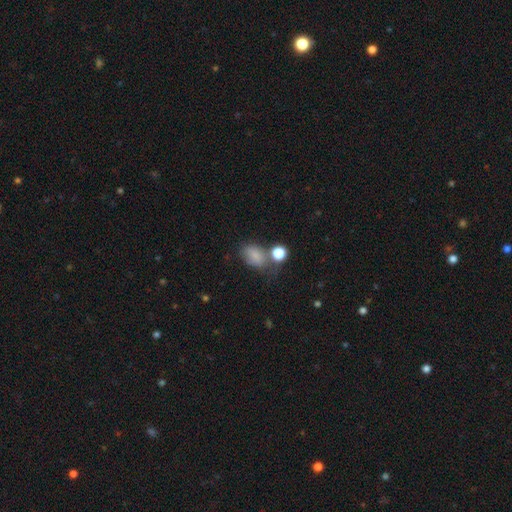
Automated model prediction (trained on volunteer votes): Smooth or featured? smooth (78%)
How rounded? in between (74%)
Merging? none (46%)